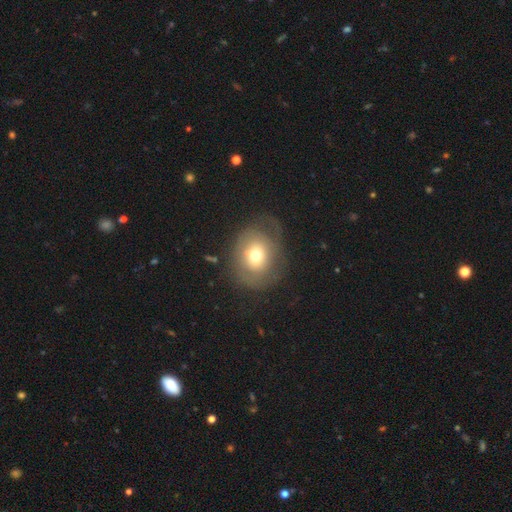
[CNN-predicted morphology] Smooth or featured?
  - smooth: 57% *
  - featured or disk: 34%
  - star or artifact: 10%
How rounded?
  - round: 60% *
  - in between: 39%
  - cigar-shaped: 1%
Merging?
  - none: 58% *
  - minor disturbance: 21%
  - major disturbance: 19%
  - merger: 2%